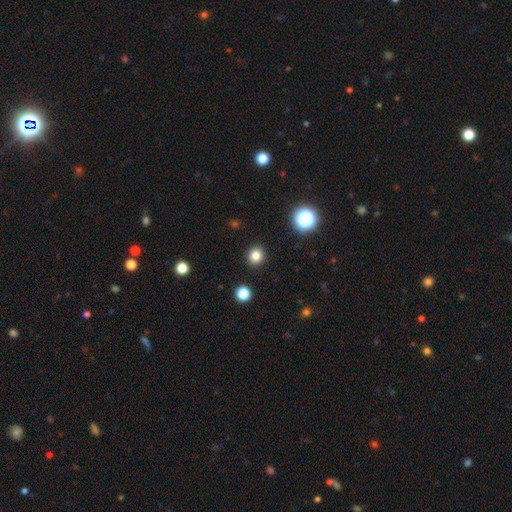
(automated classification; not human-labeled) Smooth or featured? Predicted: smooth (p=0.82). How rounded? Predicted: round (p=0.84). Merging? Predicted: none (p=0.92).